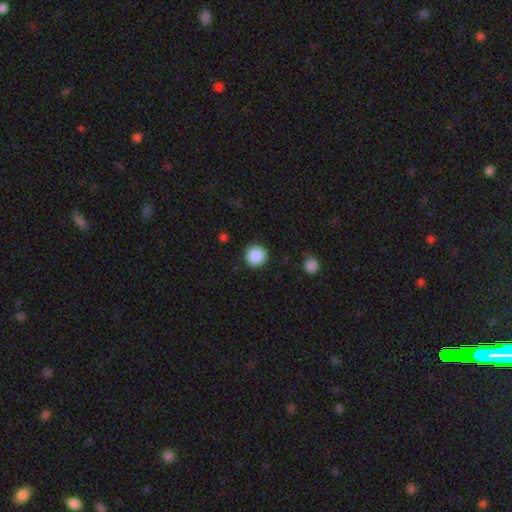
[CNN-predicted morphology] This is clearly a smooth galaxy (89%). How rounded: clearly round (95%). Merging: clearly none (90%).